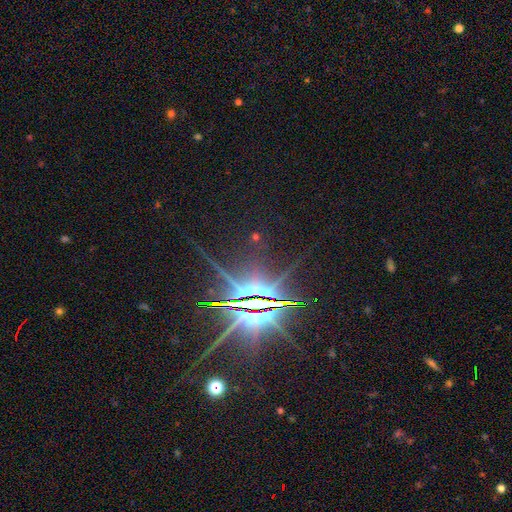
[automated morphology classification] star or artifact 83%, featured or disk 12%, smooth 5%.